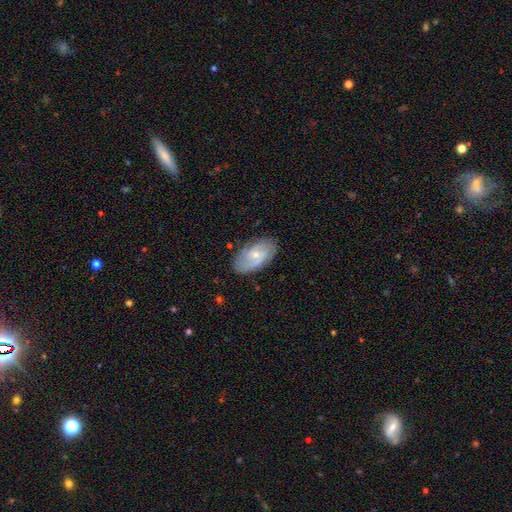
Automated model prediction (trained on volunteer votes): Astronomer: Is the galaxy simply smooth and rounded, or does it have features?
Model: featured or disk — 73%.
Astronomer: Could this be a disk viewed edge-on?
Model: no — 96%.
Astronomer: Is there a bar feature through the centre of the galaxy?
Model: no — 51% (runner-up: weak, 42%).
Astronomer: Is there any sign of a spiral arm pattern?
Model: yes — 93%.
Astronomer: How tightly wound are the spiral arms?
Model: tight — 42%, tied with medium at 42%.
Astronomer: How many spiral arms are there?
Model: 2 — 50%.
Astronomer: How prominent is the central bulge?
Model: small — 66%.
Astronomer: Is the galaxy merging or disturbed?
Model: none — 80%.